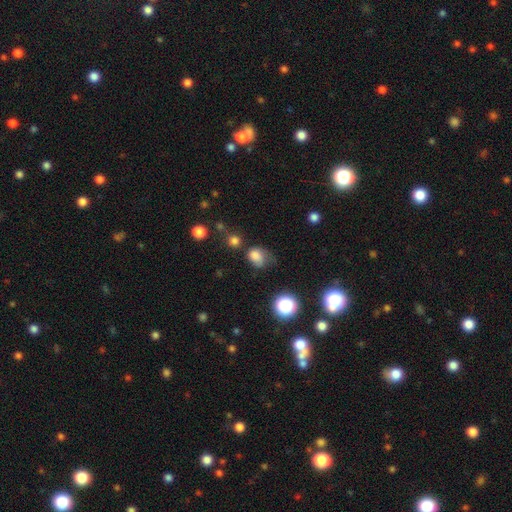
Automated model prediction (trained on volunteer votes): Smooth or featured? smooth (76%)
How rounded? in between (50%)
Merging? none (36%)